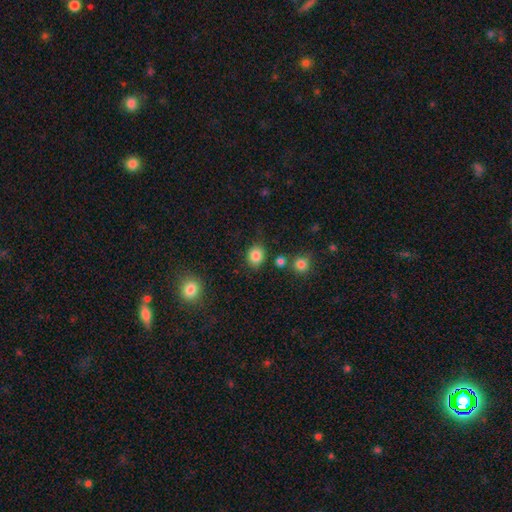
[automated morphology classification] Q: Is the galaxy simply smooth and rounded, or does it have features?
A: smooth — 85%.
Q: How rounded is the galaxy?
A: round — 63%.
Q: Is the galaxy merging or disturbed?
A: none — 79%.